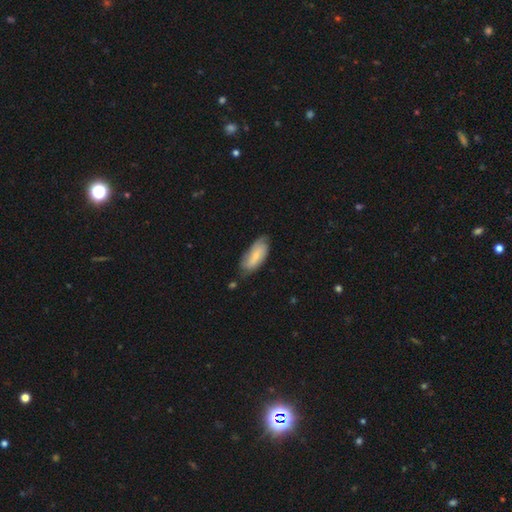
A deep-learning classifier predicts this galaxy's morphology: smooth 60%, featured or disk 34%, star or artifact 6%. Down the decision tree: how rounded — in between (82%); merging — none (62%).